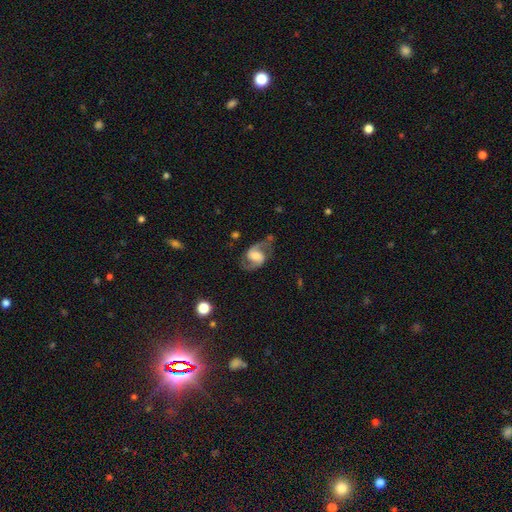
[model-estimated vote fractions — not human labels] Q: Smooth or featured?
A: featured or disk (86%); runner-up: smooth (9%)
Q: Edge-on disk?
A: no (98%); runner-up: yes (2%)
Q: Bar?
A: weak (47%); runner-up: no (34%)
Q: Spiral arms?
A: yes (96%); runner-up: no (4%)
Q: Spiral winding?
A: medium (55%); runner-up: loose (31%)
Q: Spiral arm count?
A: 2 (93%); runner-up: can't tell (2%)
Q: Bulge size?
A: moderate (43%); runner-up: large (23%)
Q: Merging?
A: none (72%); runner-up: minor disturbance (17%)